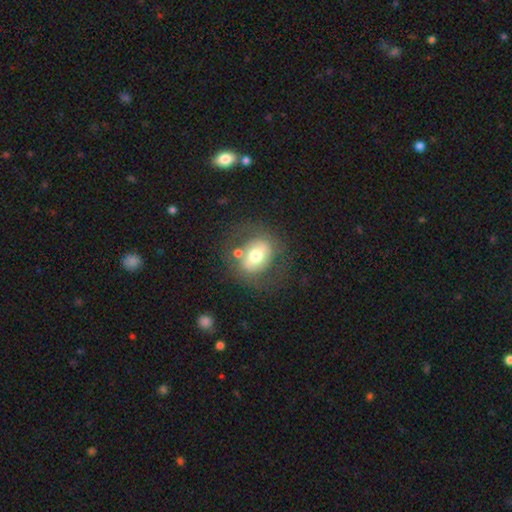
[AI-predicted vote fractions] A smooth galaxy with no disk features (51%) that is round (52%).

Vote fractions:
- Smooth or featured? smooth: 51% / featured or disk: 40% / star or artifact: 9%
- How rounded? round: 52% / in between: 47% / cigar-shaped: 1%
- Merging? none: 62% / minor disturbance: 15% / major disturbance: 11% / merger: 11%